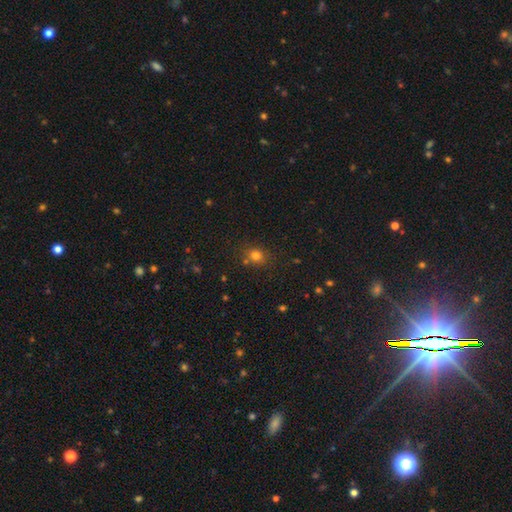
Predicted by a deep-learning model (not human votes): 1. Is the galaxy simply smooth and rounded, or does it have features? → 76% smooth, 17% star or artifact, 7% featured or disk.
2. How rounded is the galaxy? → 74% round, 25% in between, 1% cigar-shaped.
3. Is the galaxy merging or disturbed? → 76% none, 13% minor disturbance, 7% merger, 4% major disturbance.